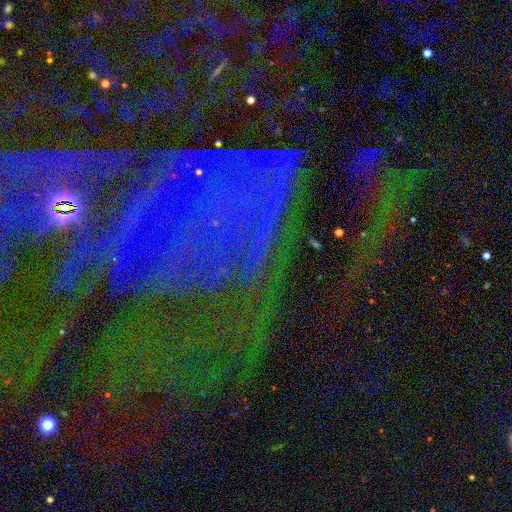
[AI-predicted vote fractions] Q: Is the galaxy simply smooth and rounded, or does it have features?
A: star or artifact — 70%.